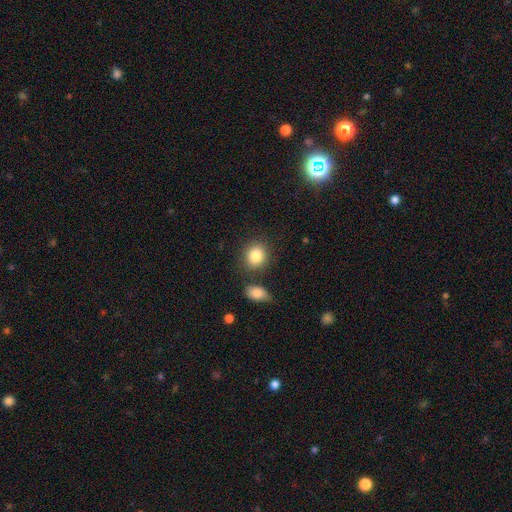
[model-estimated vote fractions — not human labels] Overall: smooth (85%). How rounded: round (74%). Merging: none (77%).